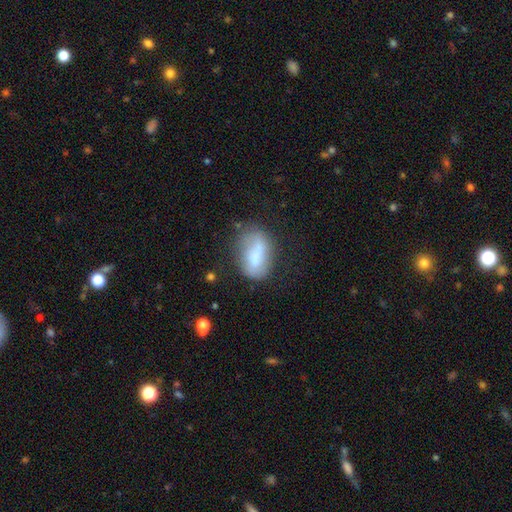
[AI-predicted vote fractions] Q: Smooth or featured?
A: smooth (57%); runner-up: featured or disk (35%)
Q: How rounded?
A: in between (84%); runner-up: round (11%)
Q: Merging?
A: none (51%); runner-up: minor disturbance (27%)